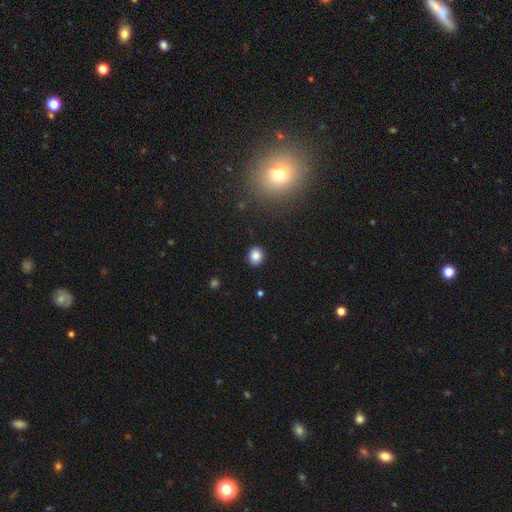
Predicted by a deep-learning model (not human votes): A smooth galaxy with no disk features (84%) that is round (75%).

Vote fractions:
- Smooth or featured? smooth: 84% / star or artifact: 10% / featured or disk: 6%
- How rounded? round: 75% / in between: 24% / cigar-shaped: 1%
- Merging? none: 91% / minor disturbance: 6% / major disturbance: 2% / merger: 1%